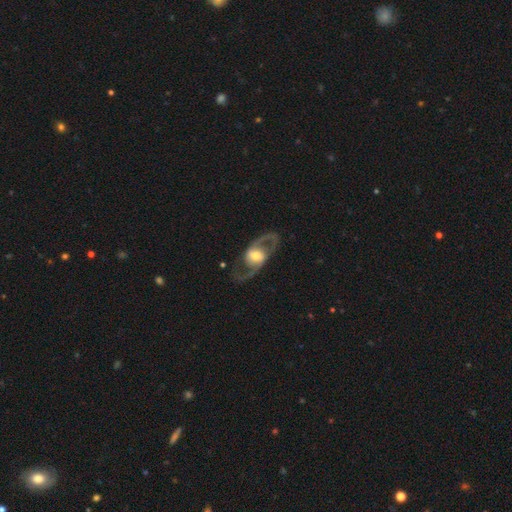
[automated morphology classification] This appears to be a featured or disk galaxy (86%) with no bar (47%), 2 (92%) medium (53%) spiral arms (89%) and a moderate central bulge (58%). Merging: none (79%).